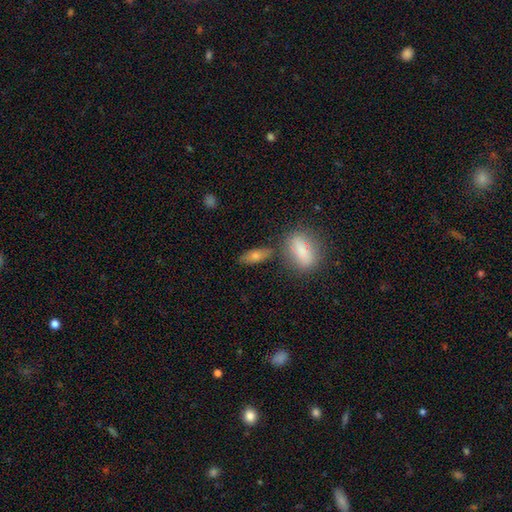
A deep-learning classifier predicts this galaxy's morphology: type=smooth (68%); roundness=in between (71%); merging=none (71%).